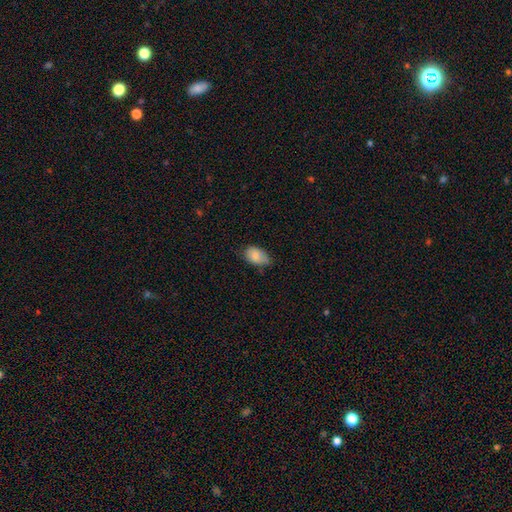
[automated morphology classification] smooth 82%, featured or disk 10%, star or artifact 8%. Down the decision tree: how rounded — in between (88%); merging — none (52%).